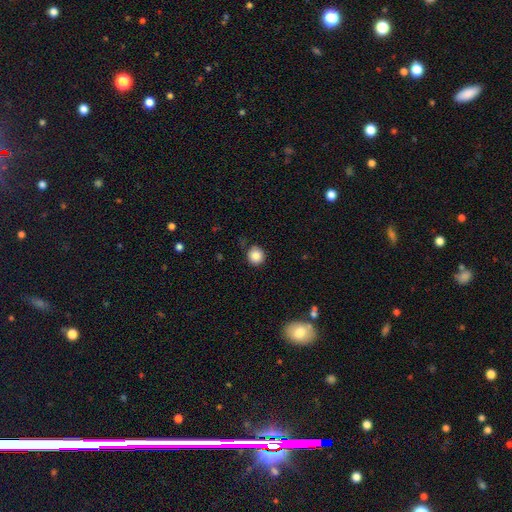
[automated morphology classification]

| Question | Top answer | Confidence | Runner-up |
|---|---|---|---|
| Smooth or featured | smooth | 86% | star or artifact (10%) |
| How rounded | round | 93% | in between (6%) |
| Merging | none | 84% | minor disturbance (11%) |